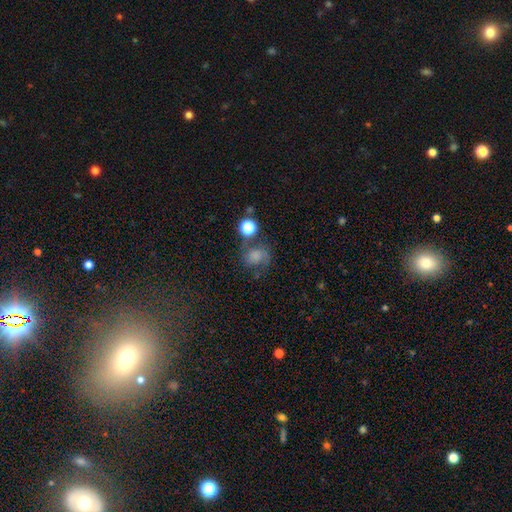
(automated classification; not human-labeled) Q: Smooth or featured?
A: smooth (56%); runner-up: featured or disk (28%)
Q: How rounded?
A: round (67%); runner-up: in between (32%)
Q: Merging?
A: none (49%); runner-up: minor disturbance (22%)